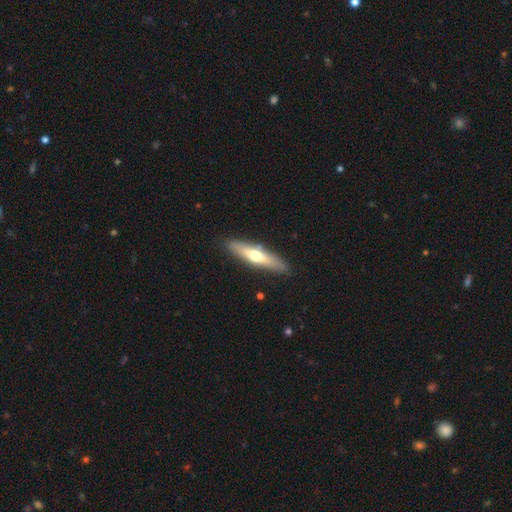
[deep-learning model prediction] A featured or disk galaxy (51%) viewed edge-on (86%).

Vote fractions:
- Smooth or featured? featured or disk: 51% / smooth: 44% / star or artifact: 5%
- Edge-on disk? yes: 86% / no: 14%
- Merging? none: 87% / minor disturbance: 9% / major disturbance: 2% / merger: 2%